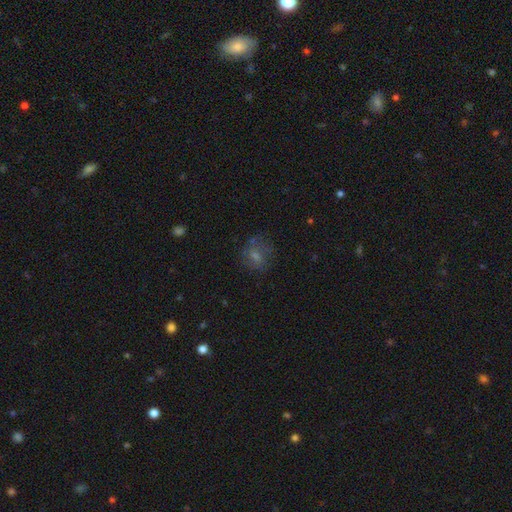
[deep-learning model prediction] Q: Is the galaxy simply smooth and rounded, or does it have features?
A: smooth — 51%.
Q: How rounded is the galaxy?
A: round — 70%.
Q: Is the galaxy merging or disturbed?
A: none — 69%.